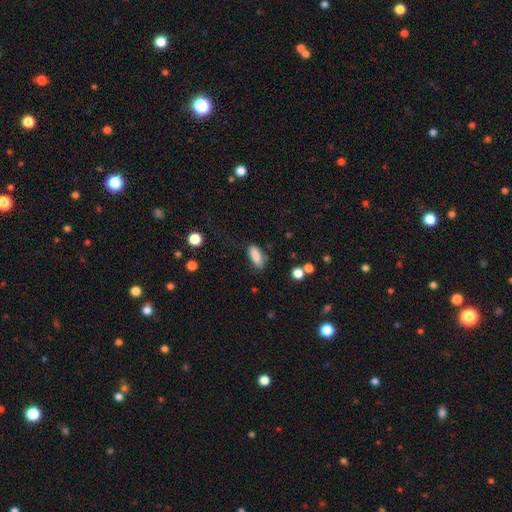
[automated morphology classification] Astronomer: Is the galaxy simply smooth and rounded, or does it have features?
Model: smooth — 85%.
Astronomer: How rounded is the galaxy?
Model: in between — 75%.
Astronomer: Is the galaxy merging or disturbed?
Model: none — 69%.